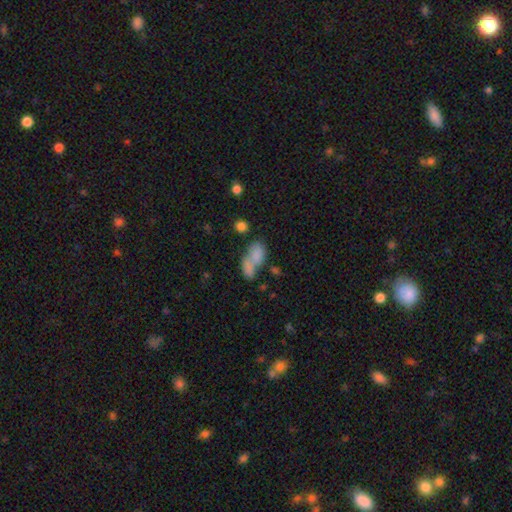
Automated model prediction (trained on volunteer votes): The model was most divided on "merging": merger: 51%, none: 23%, minor disturbance: 13%, major disturbance: 13%. More confident: how rounded — in between (86%); smooth or featured — smooth (74%).